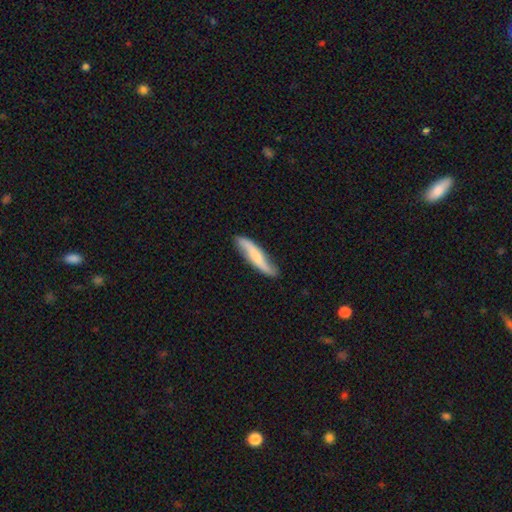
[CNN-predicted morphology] Smooth or featured? Predicted: featured or disk (p=0.54). Edge-on disk? Predicted: no (p=0.60). Merging? Predicted: none (p=0.79).